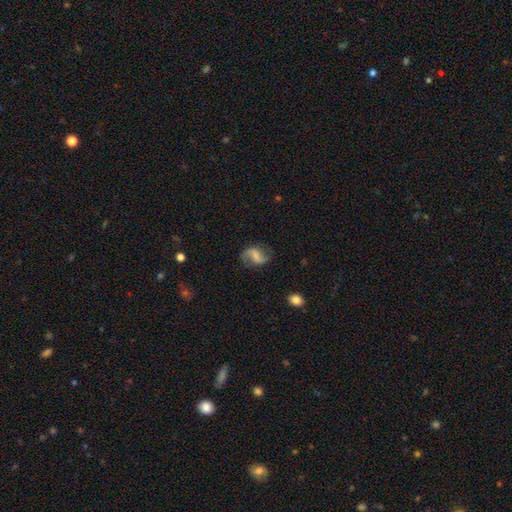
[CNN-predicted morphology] type=featured or disk (71%); edge-on=no (97%); bar=weak (44%); spiral arms=yes (92%); winding=loose (66%); arm count=2 (90%); bulge=small (39%); merging=none (75%).